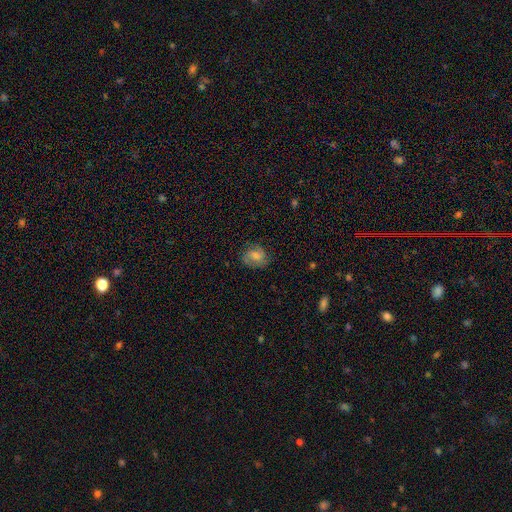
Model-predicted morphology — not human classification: smooth_or_featured: smooth (p=0.59) [alt: featured or disk p=0.32]
how_rounded: in between (p=0.49) [tied with: round p=0.49]
merging: none (p=0.70) [alt: minor disturbance p=0.21]